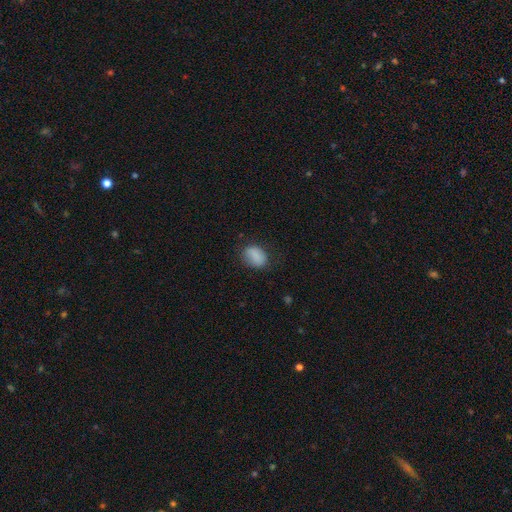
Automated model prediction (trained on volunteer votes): Smooth or featured?
  - smooth: 86% *
  - star or artifact: 8%
  - featured or disk: 6%
How rounded?
  - in between: 76% *
  - round: 22%
  - cigar-shaped: 1%
Merging?
  - none: 73% *
  - minor disturbance: 20%
  - major disturbance: 6%
  - merger: 1%